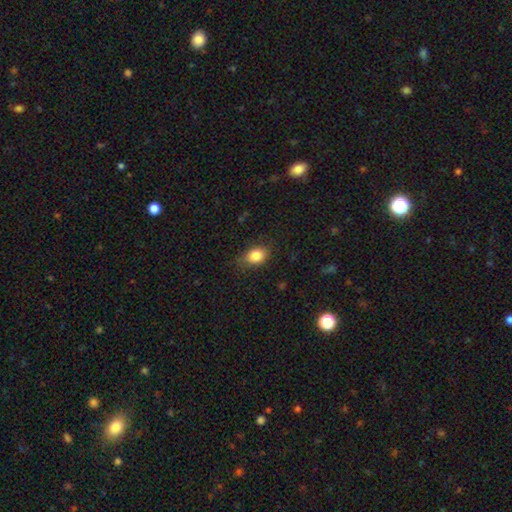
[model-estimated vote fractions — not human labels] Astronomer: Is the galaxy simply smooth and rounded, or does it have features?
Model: smooth — 85%.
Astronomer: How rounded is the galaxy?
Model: in between — 75%.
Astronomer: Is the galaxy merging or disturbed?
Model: none — 77%.